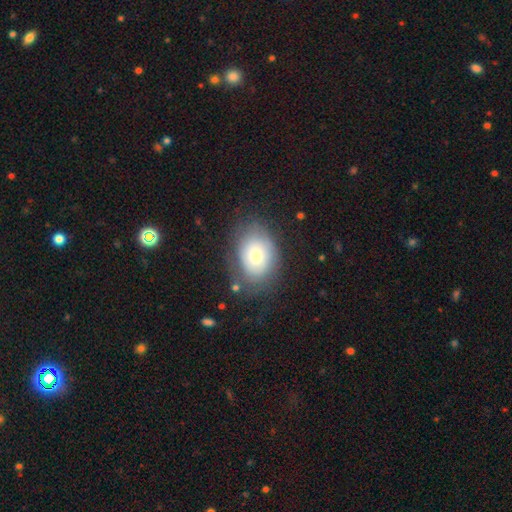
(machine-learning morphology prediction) A smooth galaxy with no disk features (67%) that is in between round and cigar-shaped (72%). Merging: none (69%).